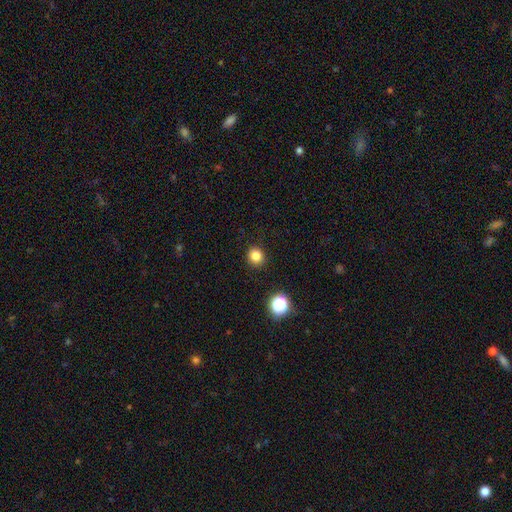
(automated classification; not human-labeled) Smooth or featured? Predicted: smooth (p=0.82). How rounded? Predicted: round (p=0.88). Merging? Predicted: none (p=0.91).